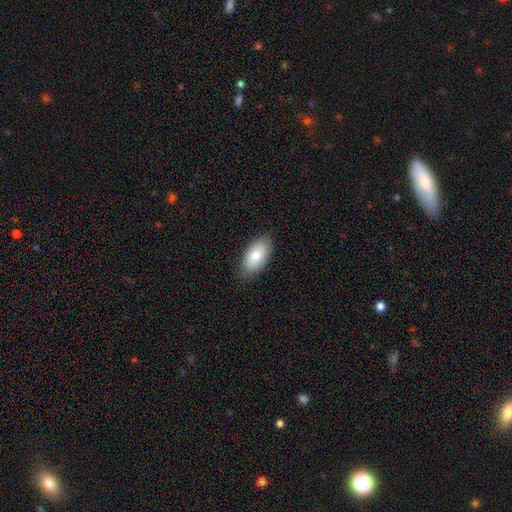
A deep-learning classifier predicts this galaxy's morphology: type=smooth (79%); roundness=in between (94%); merging=none (84%).